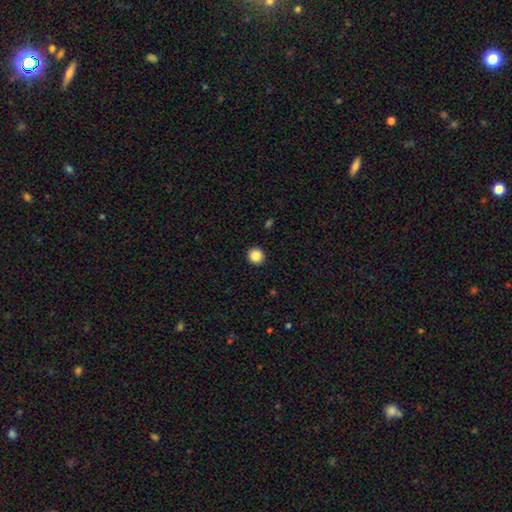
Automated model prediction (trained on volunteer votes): smooth-or-featured: smooth: 86% | star or artifact: 10% | featured or disk: 4%
  how-rounded: round: 94% | in between: 5% | cigar-shaped: 1%
  merging: none: 94% | minor disturbance: 4% | major disturbance: 1% | merger: 1%